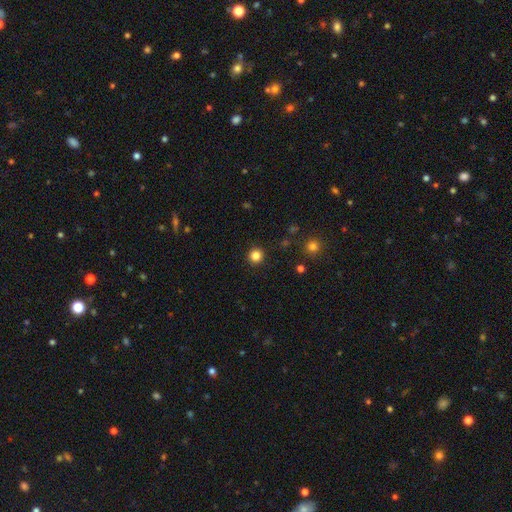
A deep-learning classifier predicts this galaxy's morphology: smooth_or_featured: smooth (p=0.83) [alt: star or artifact p=0.13]
how_rounded: round (p=0.95) [alt: in between p=0.04]
merging: none (p=0.93) [alt: minor disturbance p=0.04]